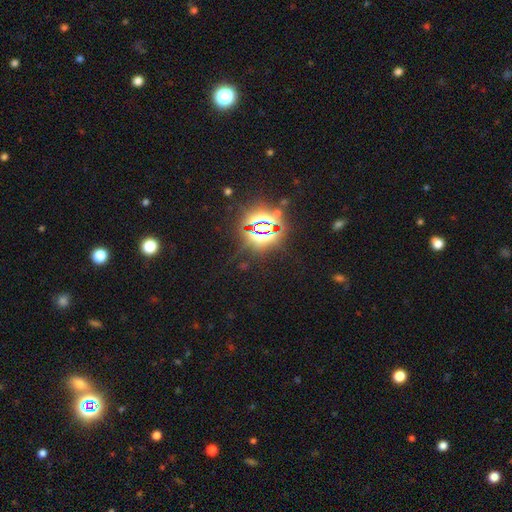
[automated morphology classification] The model was most divided on "smooth or featured": star or artifact: 84%, smooth: 10%, featured or disk: 6%.